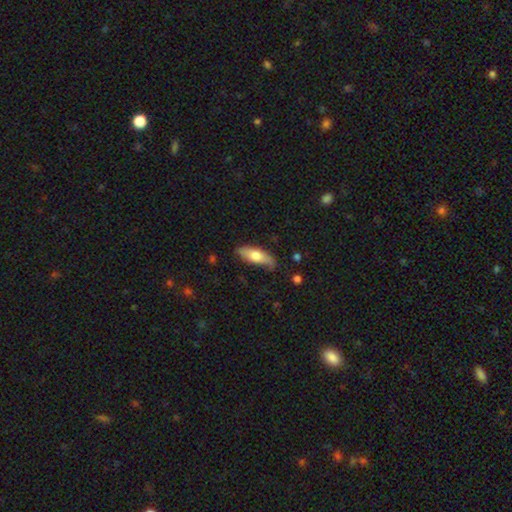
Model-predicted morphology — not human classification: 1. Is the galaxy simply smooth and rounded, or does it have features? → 65% smooth, 30% featured or disk, 5% star or artifact.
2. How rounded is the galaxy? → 66% in between, 31% cigar-shaped, 3% round.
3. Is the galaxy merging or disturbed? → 69% none, 24% minor disturbance, 5% major disturbance, 2% merger.